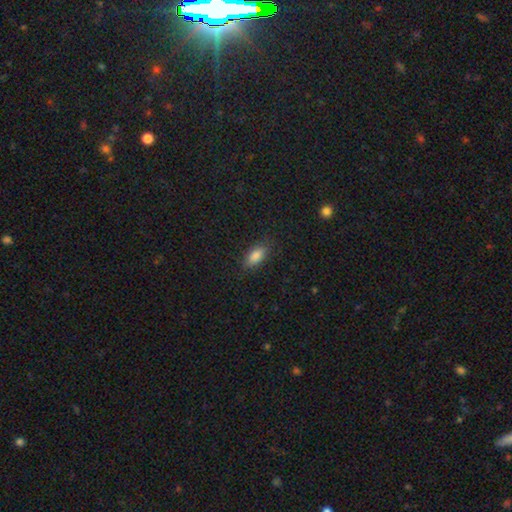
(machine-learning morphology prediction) smooth-or-featured: smooth: 85% | star or artifact: 8% | featured or disk: 7%
  how-rounded: in between: 85% | cigar-shaped: 12% | round: 3%
  merging: none: 84% | minor disturbance: 12% | major disturbance: 3% | merger: 1%